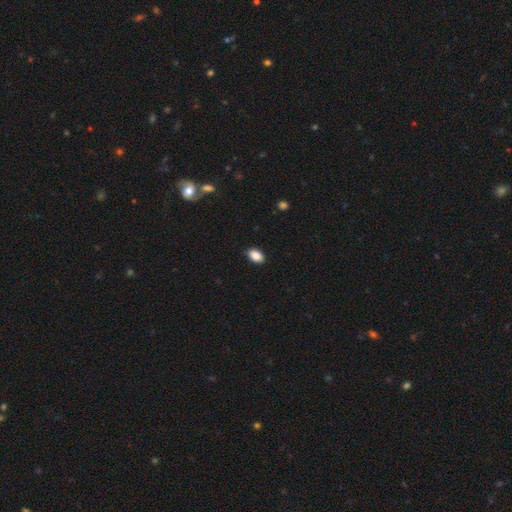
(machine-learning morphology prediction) type=smooth (89%); roundness=in between (90%); merging=none (86%).